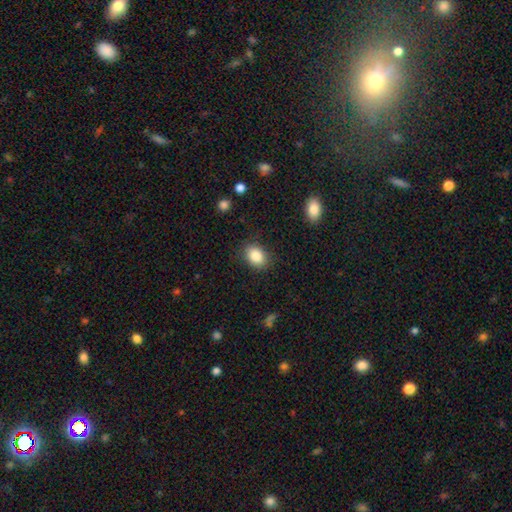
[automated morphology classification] Smooth or featured: smooth — 87% (star or artifact — 8%)
How rounded: in between — 69% (round — 30%)
Merging: none — 84% (minor disturbance — 11%)